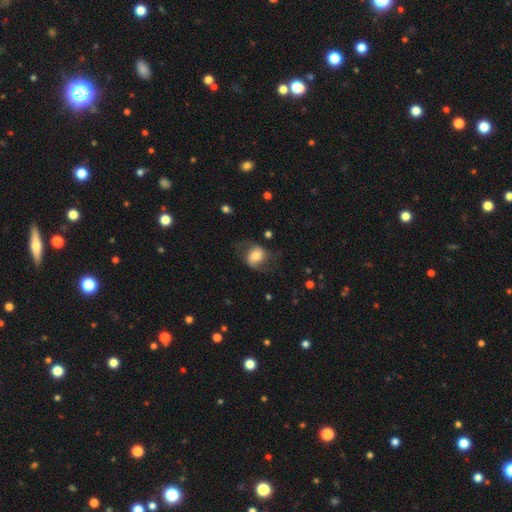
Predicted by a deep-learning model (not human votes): Smooth or featured? Predicted: featured or disk (p=0.50). Merging? Predicted: none (p=0.60).